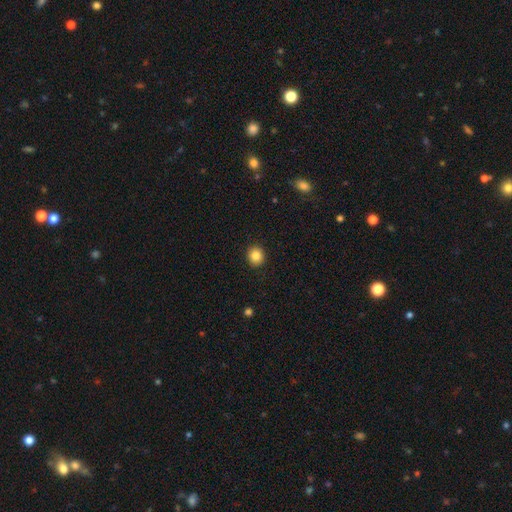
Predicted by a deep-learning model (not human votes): The model was most divided on "how rounded": round: 83%, in between: 16%, cigar-shaped: 1%. More confident: merging — none (92%); smooth or featured — smooth (85%).